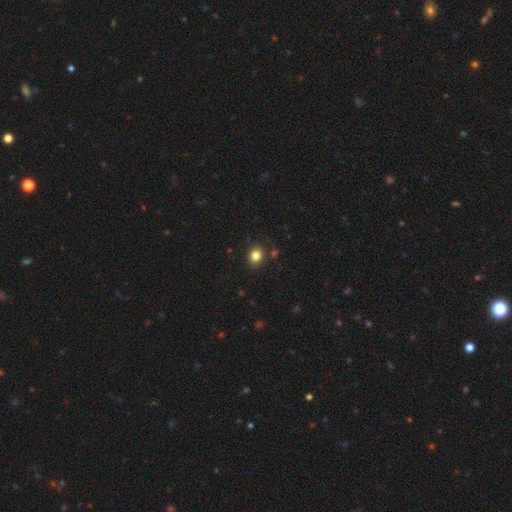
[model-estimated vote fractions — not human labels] Overall: smooth (83%). How rounded: round (62%; in between 37%). Merging: none (86%).